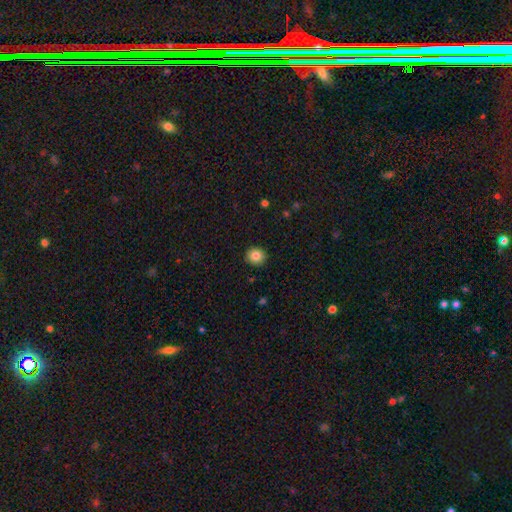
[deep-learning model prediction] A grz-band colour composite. It shows a smooth galaxy with no disk features (84%) that is round (85%). Merging: none (91%).